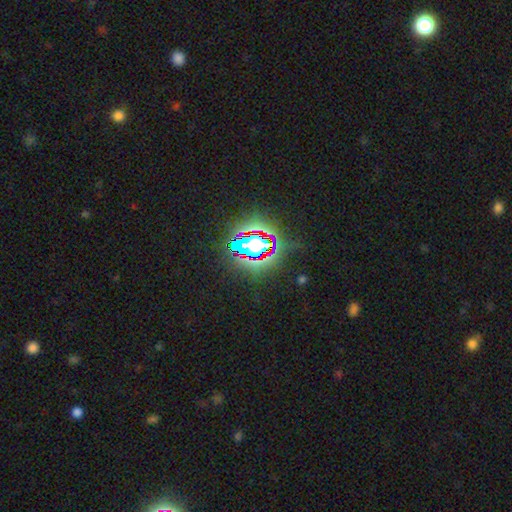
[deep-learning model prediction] Smooth or featured? star or artifact (83%)